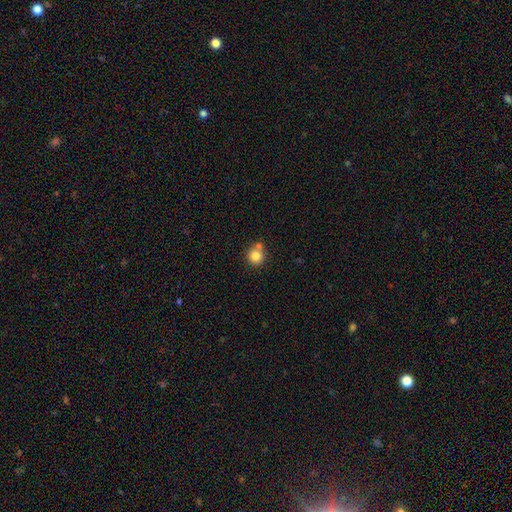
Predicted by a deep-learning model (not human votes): Smooth or featured? Predicted: smooth (p=0.82). How rounded? Predicted: round (p=0.91). Merging? Predicted: none (p=0.60).